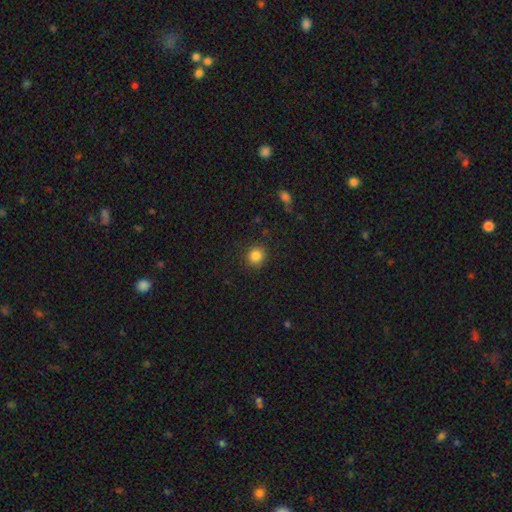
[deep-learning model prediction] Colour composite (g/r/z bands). It shows a smooth galaxy with no disk features (84%) that is round (87%). Merging: none (88%).